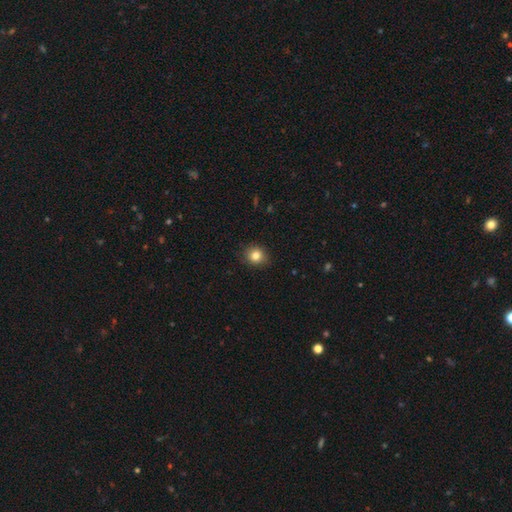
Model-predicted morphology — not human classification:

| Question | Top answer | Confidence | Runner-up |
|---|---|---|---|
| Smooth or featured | smooth | 82% | star or artifact (11%) |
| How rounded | round | 78% | in between (21%) |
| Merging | none | 88% | minor disturbance (9%) |